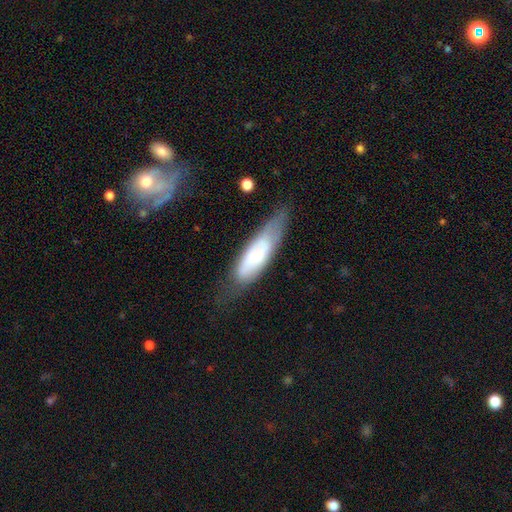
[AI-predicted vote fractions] A featured or disk galaxy (47%). Merging: none (58%).